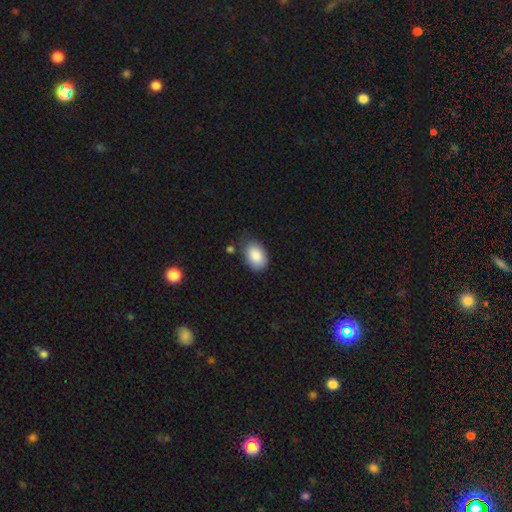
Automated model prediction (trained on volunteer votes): Smooth or featured? Predicted: smooth (p=0.87). How rounded? Predicted: in between (p=0.86). Merging? Predicted: none (p=0.73).